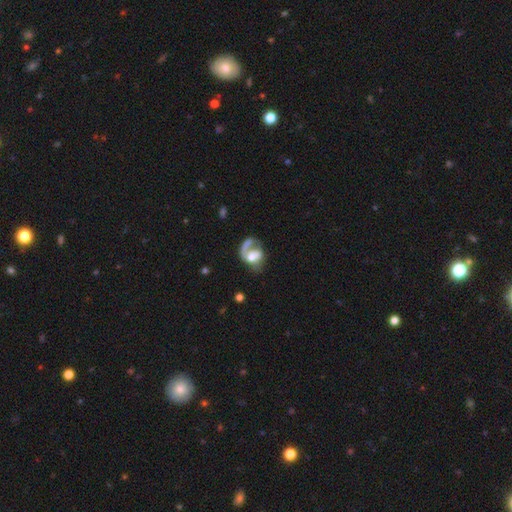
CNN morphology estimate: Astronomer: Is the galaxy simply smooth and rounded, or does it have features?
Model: featured or disk — 64%.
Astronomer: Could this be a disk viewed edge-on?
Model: no — 97%.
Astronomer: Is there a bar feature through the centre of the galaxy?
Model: no — 60%.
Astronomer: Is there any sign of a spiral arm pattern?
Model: yes — 71%.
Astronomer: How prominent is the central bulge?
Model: moderate — 51%.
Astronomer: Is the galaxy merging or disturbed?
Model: major disturbance — 36% (runner-up: none, 32%).